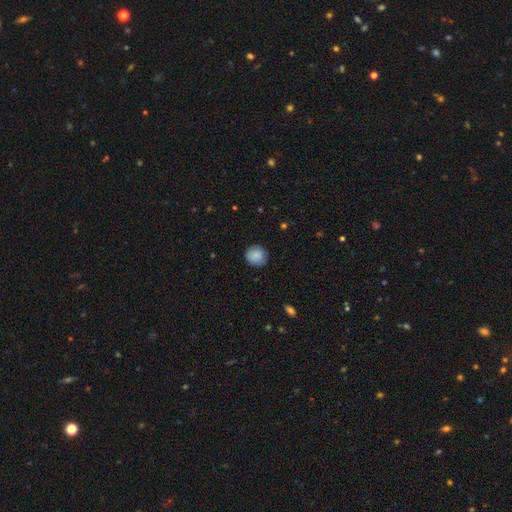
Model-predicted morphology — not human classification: Smooth or featured: smooth — 87% (star or artifact — 7%)
How rounded: round — 91% (in between — 8%)
Merging: none — 85% (minor disturbance — 12%)